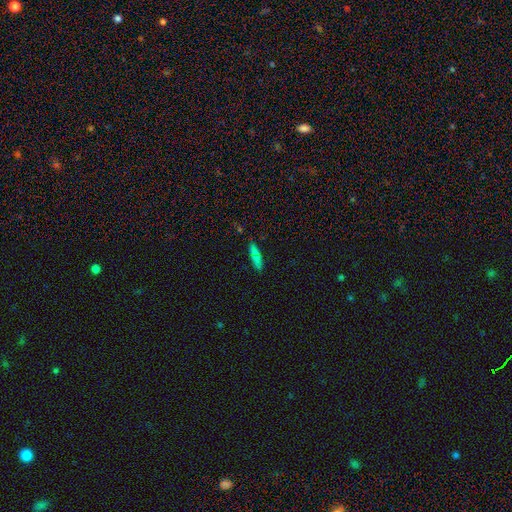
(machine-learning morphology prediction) Smooth or featured: smooth — 75% (featured or disk — 14%)
How rounded: cigar-shaped — 73% (in between — 24%)
Merging: none — 83% (minor disturbance — 13%)